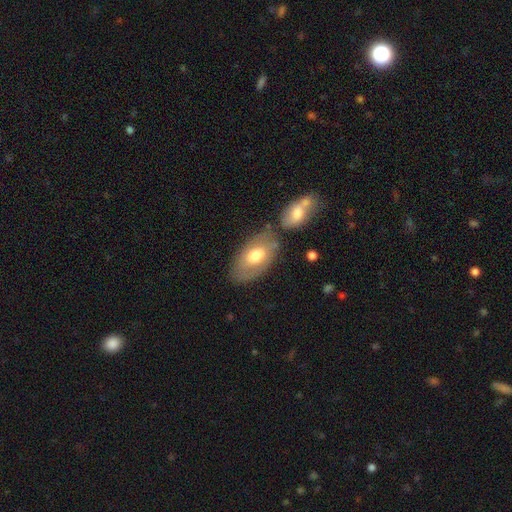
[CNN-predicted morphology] Smooth or featured? smooth (64%)
How rounded? in between (93%)
Merging? none (63%)